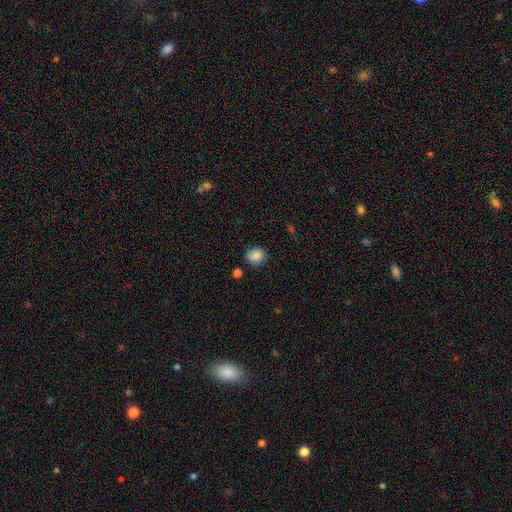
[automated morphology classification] Smooth or featured?
  - smooth: 86% *
  - star or artifact: 9%
  - featured or disk: 5%
How rounded?
  - round: 82% *
  - in between: 17%
  - cigar-shaped: 1%
Merging?
  - none: 82% *
  - minor disturbance: 12%
  - merger: 3%
  - major disturbance: 3%